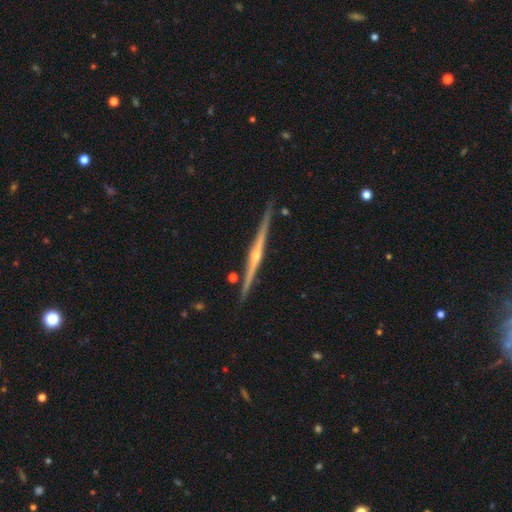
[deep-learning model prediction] Smooth or featured: featured or disk — 87% (smooth — 8%)
Edge-on disk: yes — 99% (no — 1%)
Edge-on bulge: rounded — 85% (none — 10%)
Merging: none — 90% (minor disturbance — 7%)